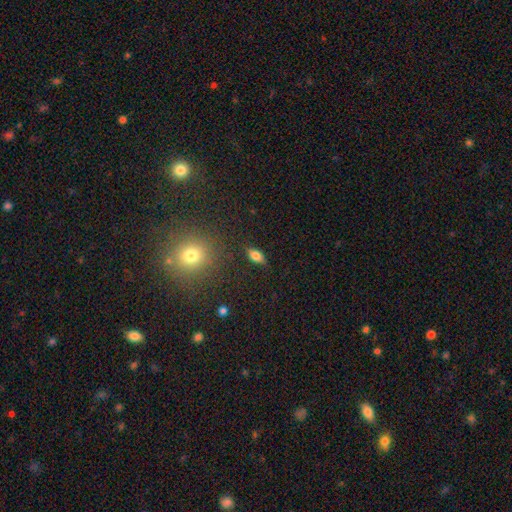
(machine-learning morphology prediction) Smooth or featured? smooth (76%)
How rounded? in between (84%)
Merging? none (82%)